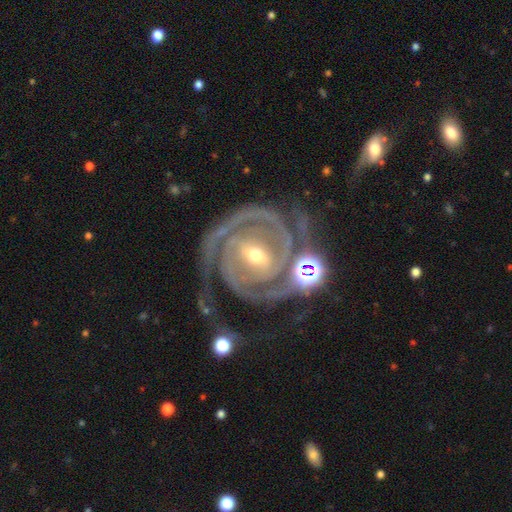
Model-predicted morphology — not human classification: Overall: featured or disk (92%). Edge-on disk: no (97%). Bar: weak (40%; strong 37%). Spiral arms: yes (98%). Spiral arm count: 2 (72%). Spiral winding: tight (74%). Bulge size: small (50%; moderate 46%). Merging: none (66%).